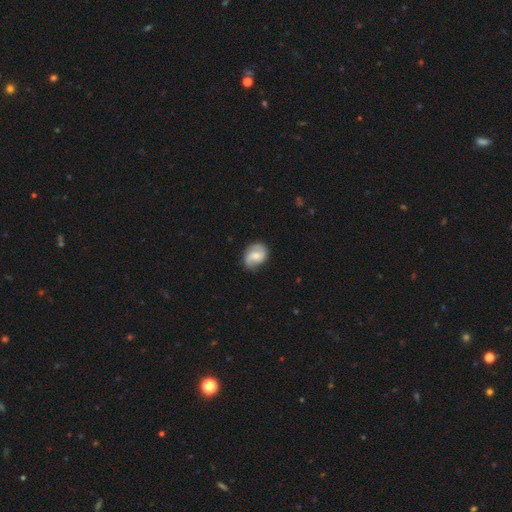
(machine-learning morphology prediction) type=featured or disk (65%); edge-on=no (98%); bar=no (50%); spiral arms=yes (93%); winding=medium (45%); arm count=2 (80%); bulge=moderate (49%); merging=none (73%).